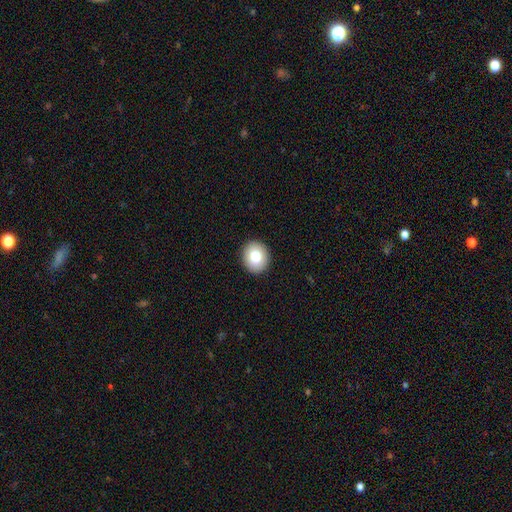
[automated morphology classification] Overall: smooth (79%). How rounded: round (71%). Merging: none (92%).